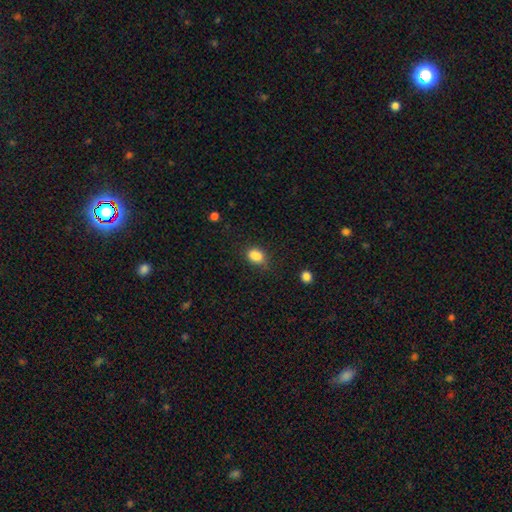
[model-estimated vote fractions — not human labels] smooth_or_featured: smooth (p=0.83) [alt: star or artifact p=0.11]
how_rounded: in between (p=0.64) [alt: round p=0.35]
merging: none (p=0.59) [alt: minor disturbance p=0.24]